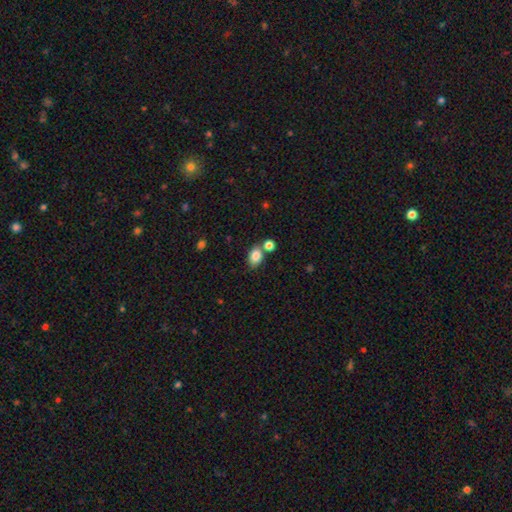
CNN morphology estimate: The model was most divided on "merging": none: 62%, merger: 23%, minor disturbance: 11%, major disturbance: 3%. More confident: smooth or featured — smooth (84%); how rounded — in between (77%).